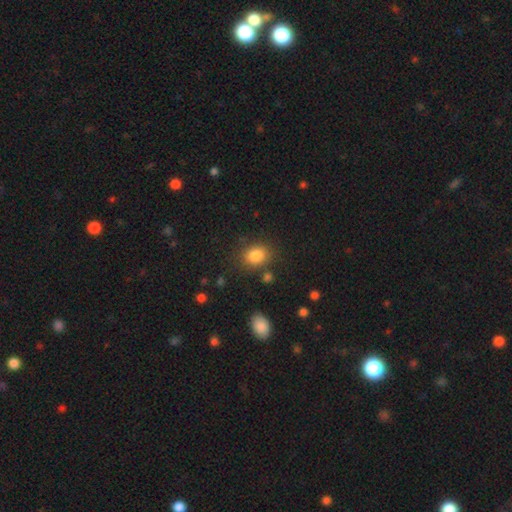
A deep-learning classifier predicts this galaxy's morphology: This is clearly a smooth galaxy (84%). How rounded: possibly in between (54%). Merging: likely none (80%).